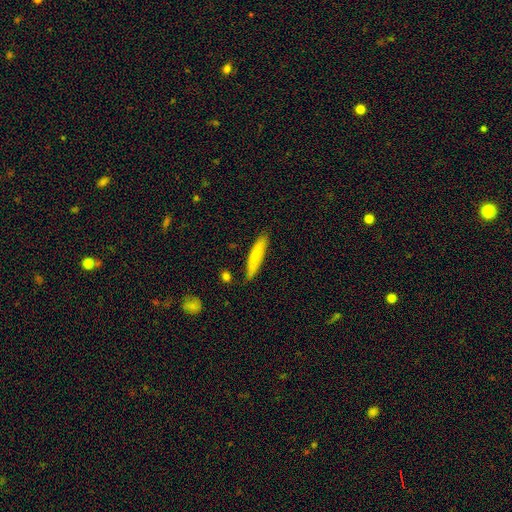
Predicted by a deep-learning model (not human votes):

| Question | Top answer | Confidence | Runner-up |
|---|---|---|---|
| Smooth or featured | smooth | 75% | featured or disk (19%) |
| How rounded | cigar-shaped | 85% | in between (13%) |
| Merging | none | 81% | minor disturbance (14%) |